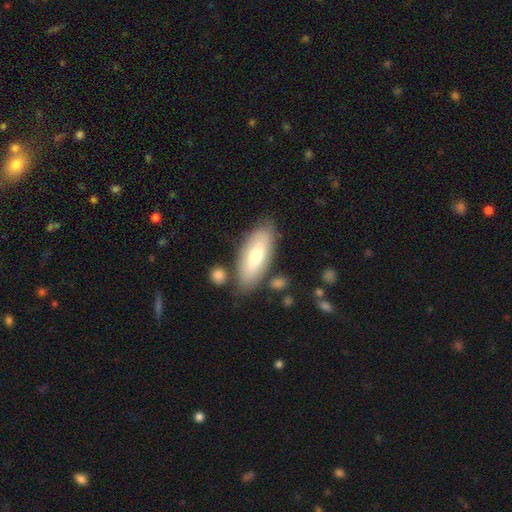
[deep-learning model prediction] Smooth or featured? Predicted: smooth (p=0.68). How rounded? Predicted: in between (p=0.76). Merging? Predicted: none (p=0.79).